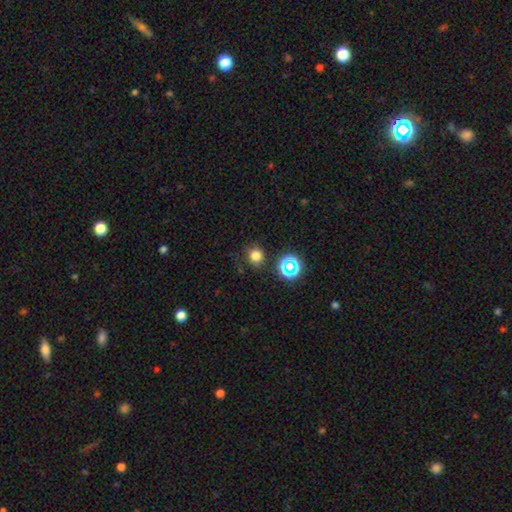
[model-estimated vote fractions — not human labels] This is likely a smooth galaxy (76%). How rounded: clearly round (85%). Merging: clearly none (83%).